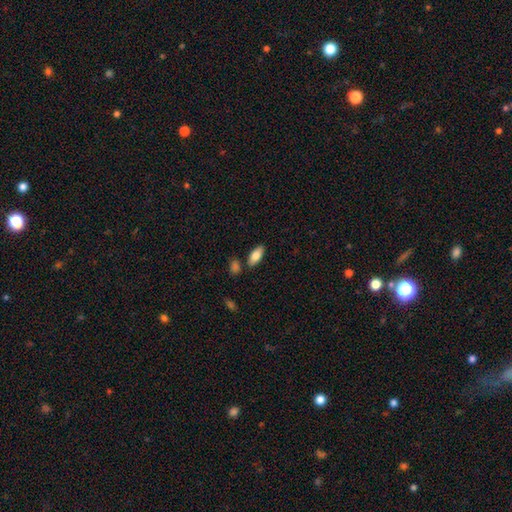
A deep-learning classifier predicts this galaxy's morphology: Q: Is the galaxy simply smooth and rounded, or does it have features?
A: smooth — 81%.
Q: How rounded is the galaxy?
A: in between — 87%.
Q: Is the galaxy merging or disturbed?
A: none — 82%.